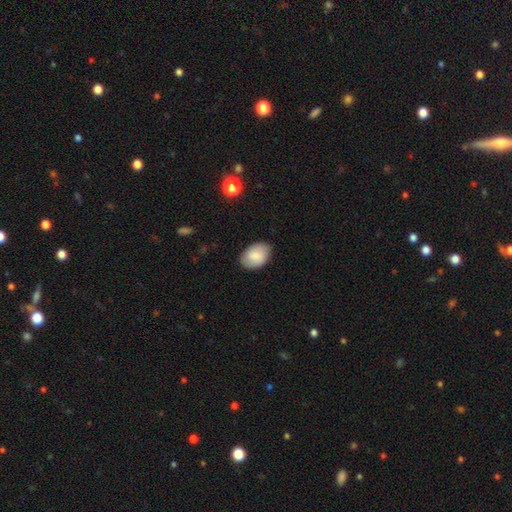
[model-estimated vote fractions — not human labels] Smooth or featured?
  - smooth: 78% *
  - featured or disk: 16%
  - star or artifact: 7%
How rounded?
  - in between: 83% *
  - round: 16%
  - cigar-shaped: 1%
Merging?
  - none: 81% *
  - minor disturbance: 15%
  - major disturbance: 3%
  - merger: 1%